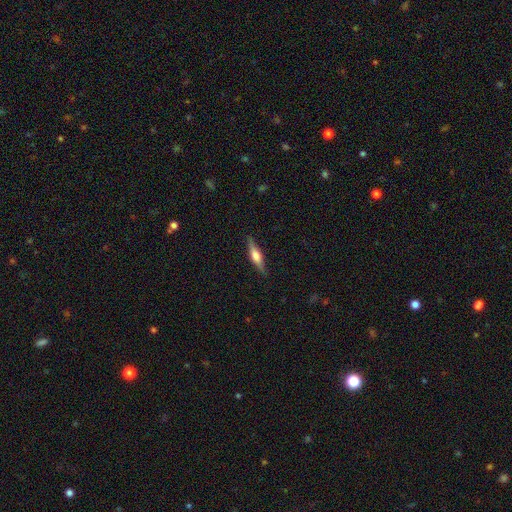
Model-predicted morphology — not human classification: Smooth or featured? featured or disk (60%)
Edge-on disk? yes (96%)
Edge-on bulge? rounded (85%)
Merging? none (87%)